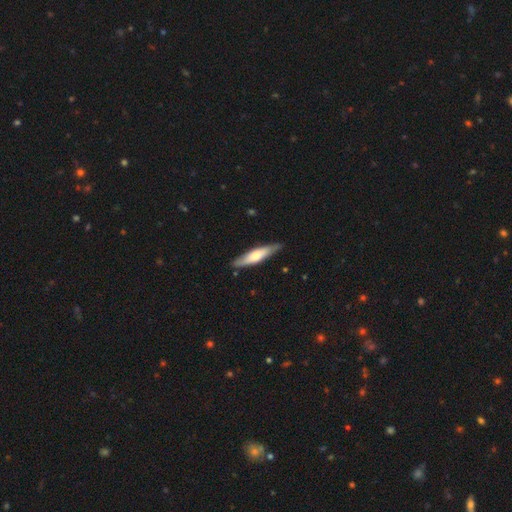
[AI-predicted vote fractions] smooth 52%, featured or disk 43%, star or artifact 5%. Down the decision tree: how rounded — cigar-shaped (78%); merging — none (83%).